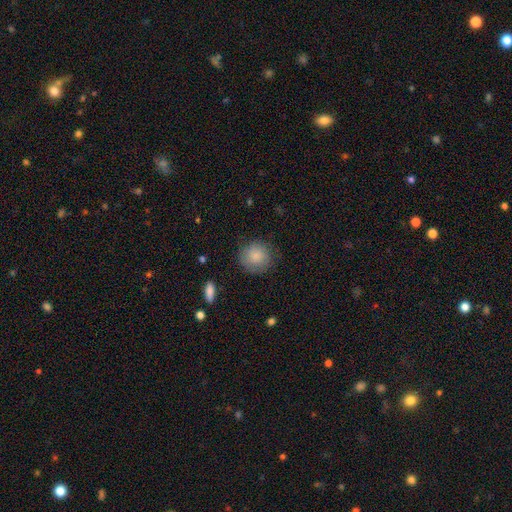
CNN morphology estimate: This is clearly a smooth galaxy (84%). How rounded: clearly round (89%). Merging: likely none (78%).